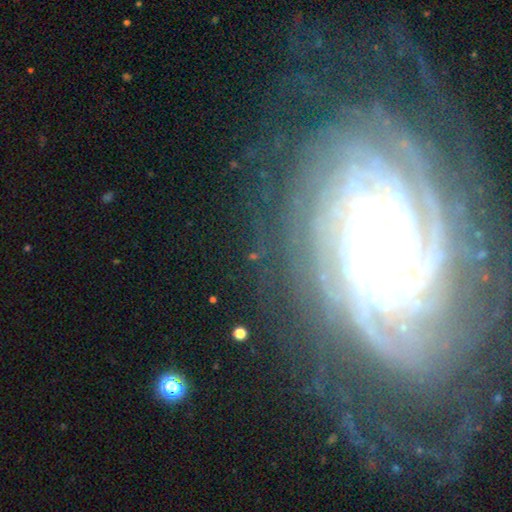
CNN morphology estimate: Overall: featured or disk (85%). Edge-on disk: no (96%). Bar: no (70%). Spiral arms: yes (97%). Spiral arm count: more than 4 (26%; can't tell 23%). Spiral winding: tight (82%). Bulge size: small (74%). Merging: none (72%).